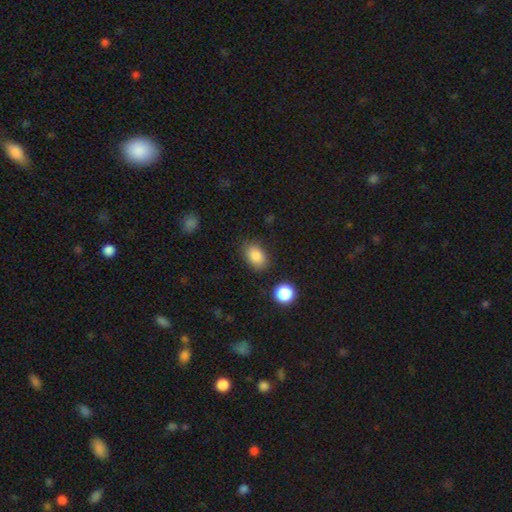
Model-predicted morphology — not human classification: smooth_or_featured: smooth (p=0.86) [alt: star or artifact p=0.09]
how_rounded: in between (p=0.81) [alt: round p=0.17]
merging: none (p=0.80) [alt: minor disturbance p=0.13]